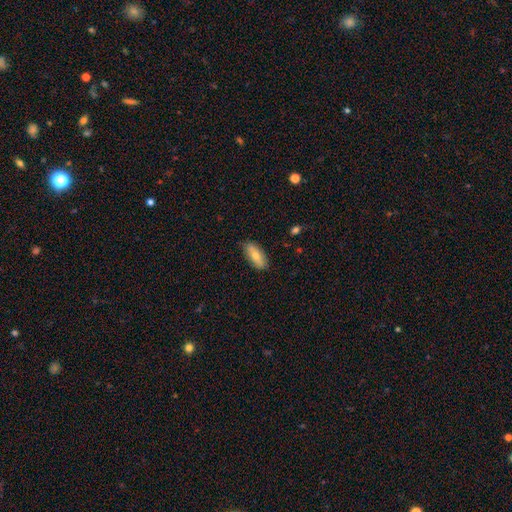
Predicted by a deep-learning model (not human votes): smooth 72%, featured or disk 22%, star or artifact 6%. Down the decision tree: how rounded — in between (79%); merging — none (84%).